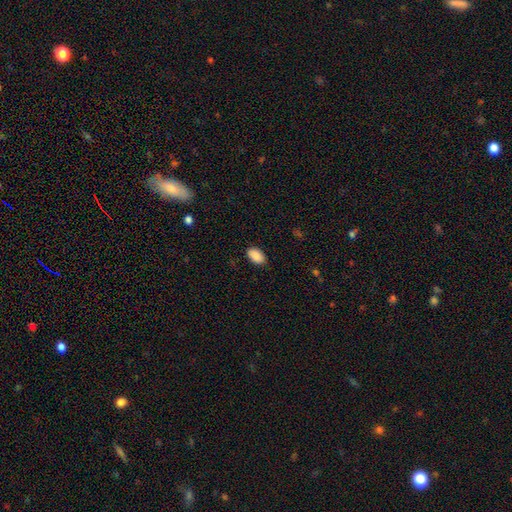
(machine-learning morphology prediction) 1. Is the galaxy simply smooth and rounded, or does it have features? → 90% smooth, 7% star or artifact, 3% featured or disk.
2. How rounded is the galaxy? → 93% in between, 6% round, 1% cigar-shaped.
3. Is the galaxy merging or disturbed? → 87% none, 10% minor disturbance, 2% major disturbance, 1% merger.